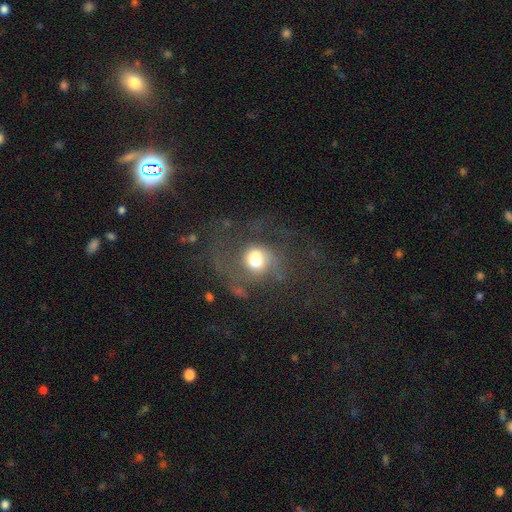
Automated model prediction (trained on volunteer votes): Smooth or featured?
  - featured or disk: 47% *
  - smooth: 39%
  - star or artifact: 14%
Merging?
  - major disturbance: 39% *
  - none: 36%
  - minor disturbance: 18%
  - merger: 7%